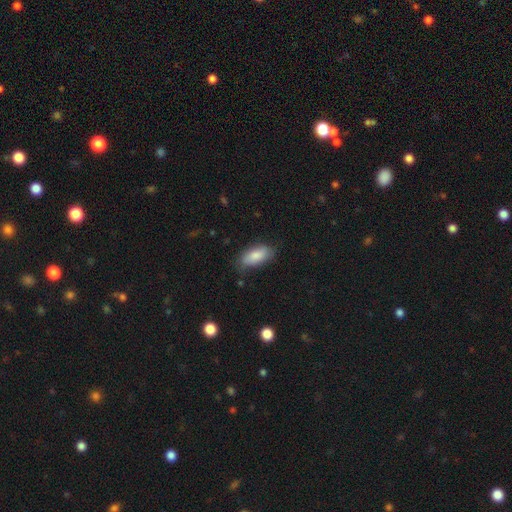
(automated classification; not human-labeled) Overall: smooth (83%). How rounded: in between (86%). Merging: none (75%).